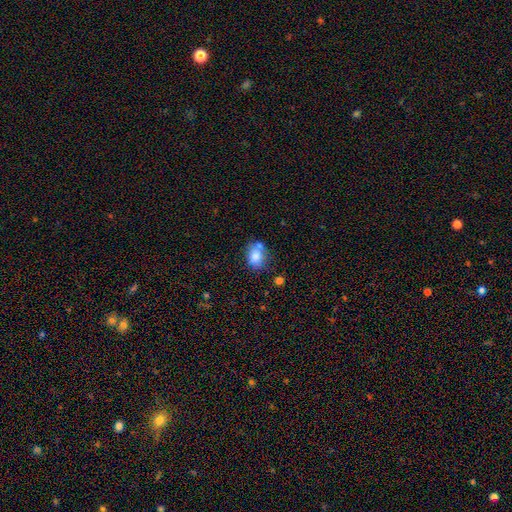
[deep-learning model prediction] Morphology: type=smooth (79%); roundness=in between (64%); merging=none (53%).